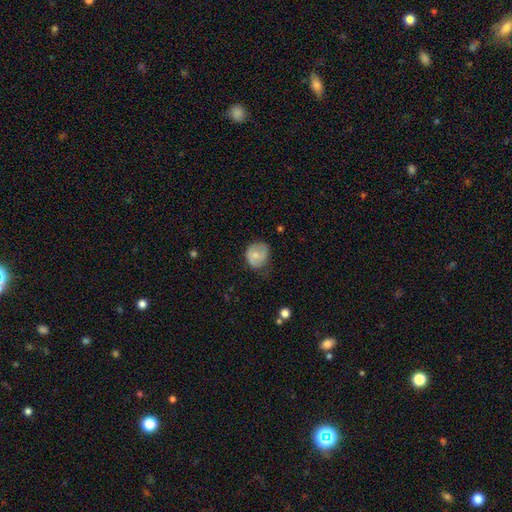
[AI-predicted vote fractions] This is likely a smooth galaxy (65%). How rounded: likely round (67%). Merging: possibly none (53%).